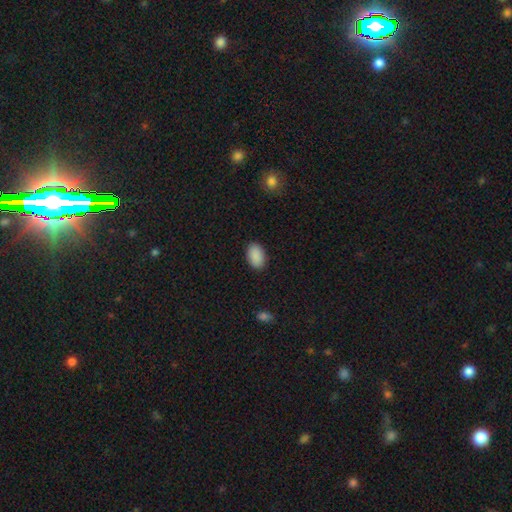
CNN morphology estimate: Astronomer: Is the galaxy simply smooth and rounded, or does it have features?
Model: smooth — 90%.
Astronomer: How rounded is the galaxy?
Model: in between — 92%.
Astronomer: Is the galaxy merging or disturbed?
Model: none — 89%.